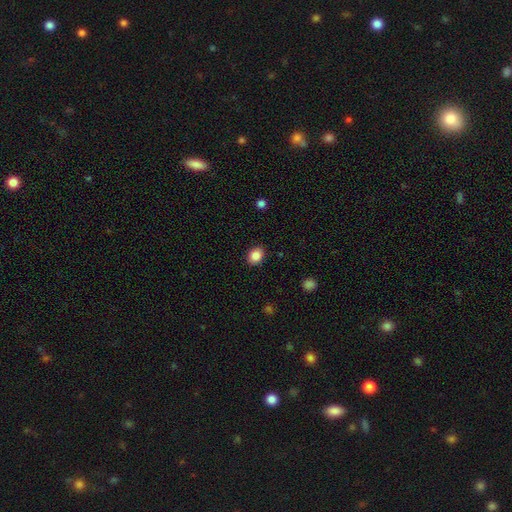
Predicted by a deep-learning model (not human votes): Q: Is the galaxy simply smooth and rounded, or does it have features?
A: smooth — 86%.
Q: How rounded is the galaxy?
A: in between — 51%.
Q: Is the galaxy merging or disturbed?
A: none — 89%.